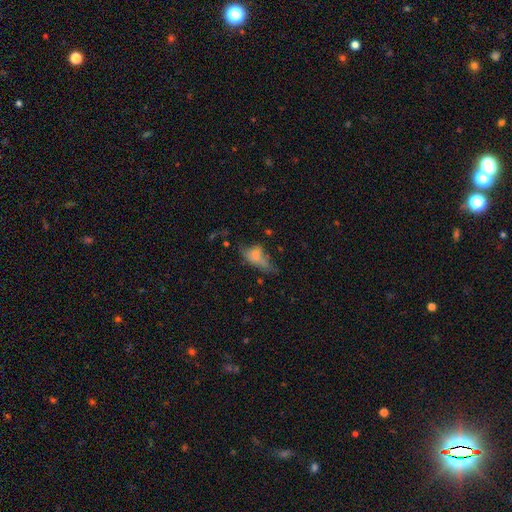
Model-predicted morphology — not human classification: Smooth or featured? smooth (59%)
How rounded? in between (76%)
Merging? major disturbance (33%)